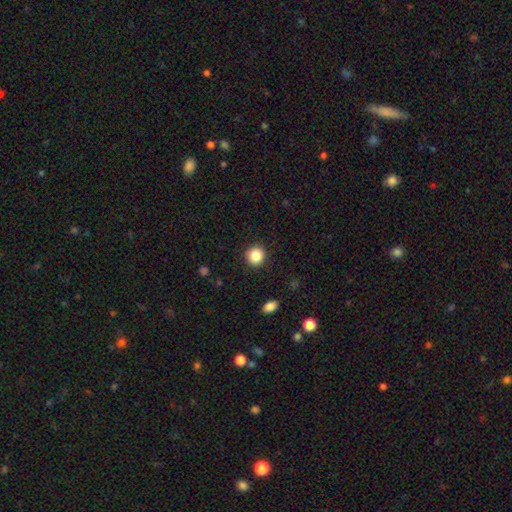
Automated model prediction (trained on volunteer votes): Morphology: type=smooth (85%); roundness=round (93%); merging=none (91%).